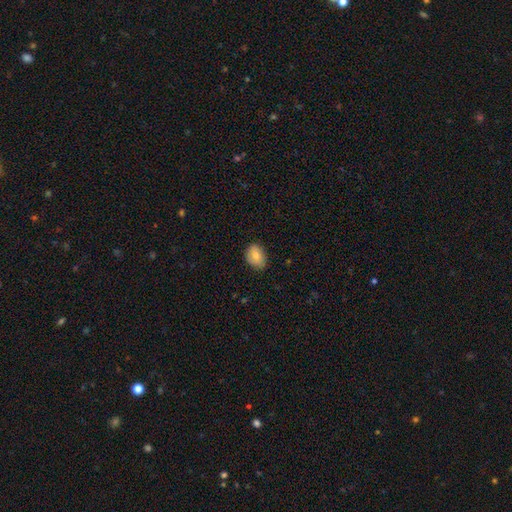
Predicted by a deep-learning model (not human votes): Smooth or featured: smooth — 79% (featured or disk — 13%)
How rounded: in between — 72% (round — 27%)
Merging: none — 78% (minor disturbance — 18%)